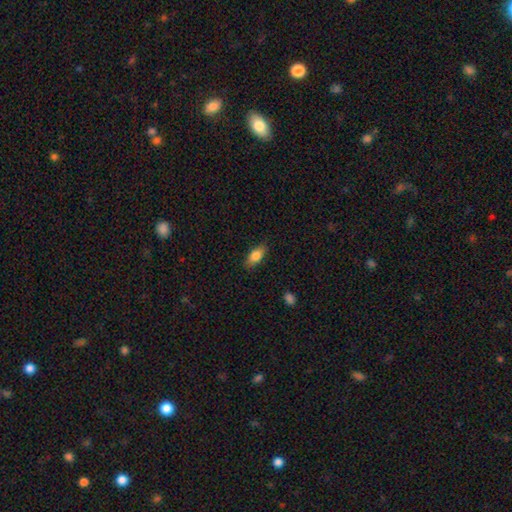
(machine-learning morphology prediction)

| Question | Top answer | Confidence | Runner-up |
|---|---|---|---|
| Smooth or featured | smooth | 83% | featured or disk (10%) |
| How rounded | in between | 86% | cigar-shaped (11%) |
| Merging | none | 85% | minor disturbance (12%) |